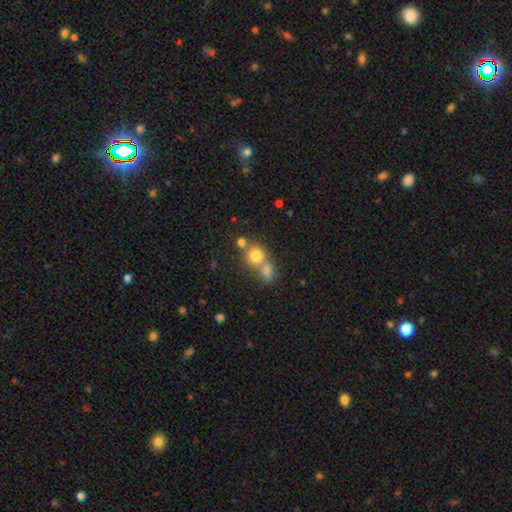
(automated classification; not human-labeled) Q: Smooth or featured?
A: smooth (74%); runner-up: featured or disk (13%)
Q: How rounded?
A: round (74%); runner-up: in between (25%)
Q: Merging?
A: merger (52%); runner-up: none (36%)